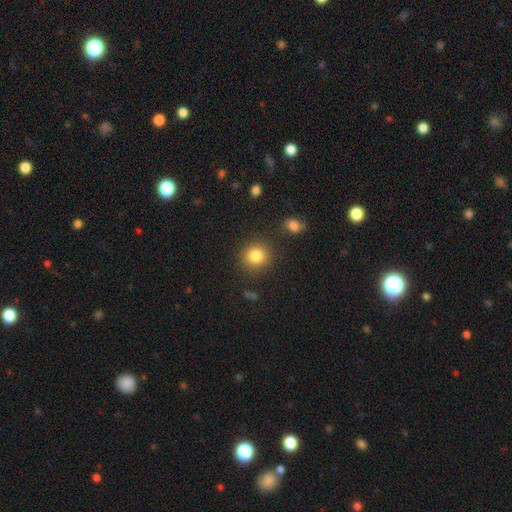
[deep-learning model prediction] A smooth galaxy with no disk features (84%) that is round (87%).

Vote fractions:
- Smooth or featured? smooth: 84% / star or artifact: 10% / featured or disk: 6%
- How rounded? round: 87% / in between: 12% / cigar-shaped: 1%
- Merging? none: 84% / minor disturbance: 9% / merger: 4% / major disturbance: 3%